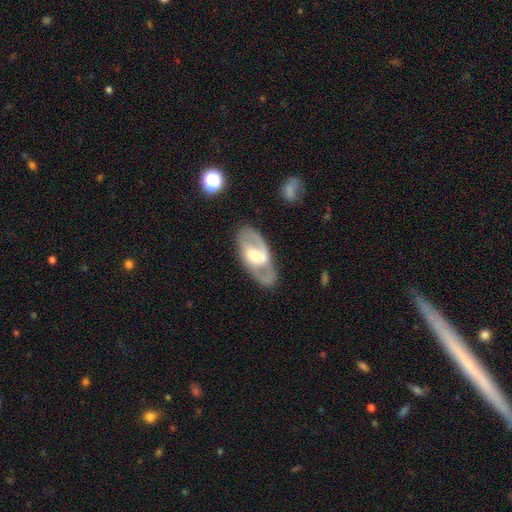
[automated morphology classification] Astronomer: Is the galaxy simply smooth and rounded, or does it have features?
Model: featured or disk — 74%.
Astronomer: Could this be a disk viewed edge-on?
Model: no — 91%.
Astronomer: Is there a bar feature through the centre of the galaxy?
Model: weak — 43% (runner-up: strong, 36%).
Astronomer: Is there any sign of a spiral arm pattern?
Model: yes — 72%.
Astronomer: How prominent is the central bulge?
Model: moderate — 52%.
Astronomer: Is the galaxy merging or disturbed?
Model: none — 77%.